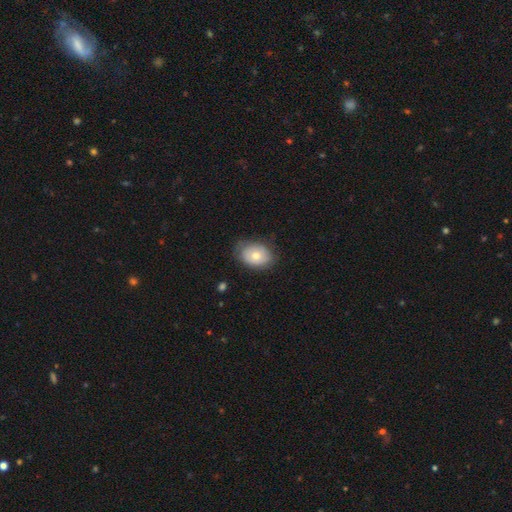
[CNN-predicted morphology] smooth_or_featured: smooth (p=0.66) [alt: featured or disk p=0.27]
how_rounded: in between (p=0.71) [alt: round p=0.28]
merging: none (p=0.72) [alt: minor disturbance p=0.22]